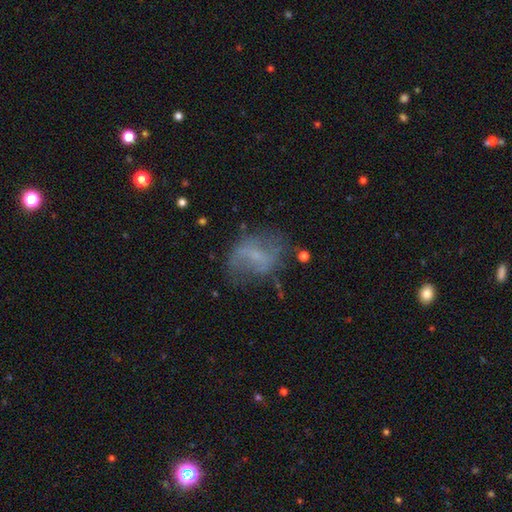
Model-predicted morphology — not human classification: This is possibly a featured or disk galaxy (51%). It is clearly not viewed edge-on (95%). Merging: possibly none (49%).